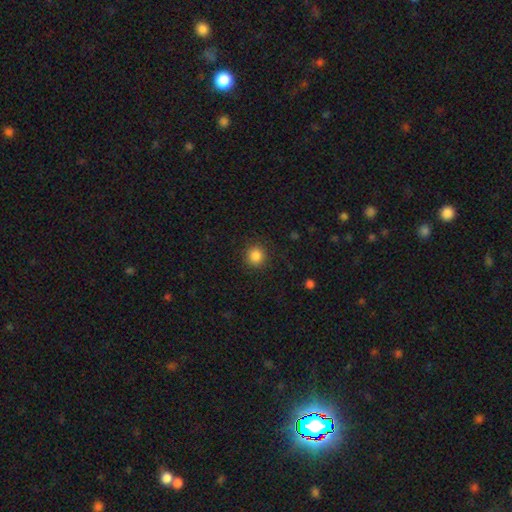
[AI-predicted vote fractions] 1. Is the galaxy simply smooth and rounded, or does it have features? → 86% smooth, 11% star or artifact, 4% featured or disk.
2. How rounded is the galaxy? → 92% round, 7% in between, 1% cigar-shaped.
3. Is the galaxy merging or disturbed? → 89% none, 7% minor disturbance, 3% major disturbance, 1% merger.